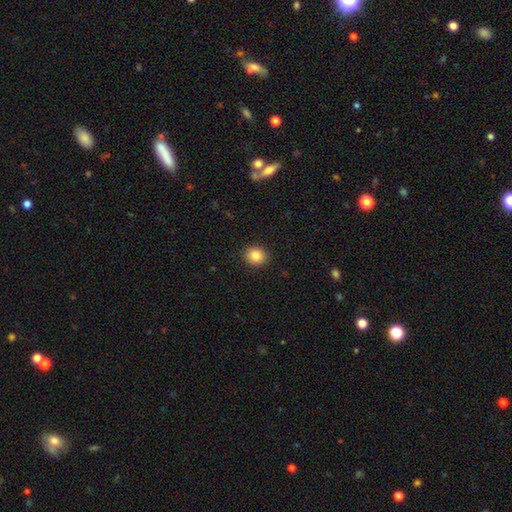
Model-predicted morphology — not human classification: Smooth or featured?
  - smooth: 84% *
  - star or artifact: 10%
  - featured or disk: 6%
How rounded?
  - round: 76% *
  - in between: 23%
  - cigar-shaped: 1%
Merging?
  - none: 91% *
  - minor disturbance: 6%
  - major disturbance: 2%
  - merger: 1%